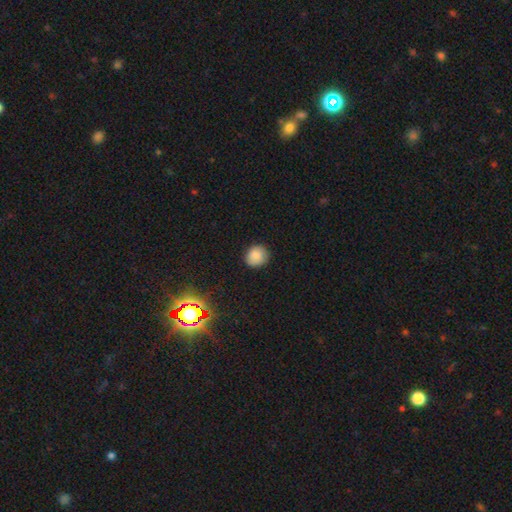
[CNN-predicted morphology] A smooth galaxy with no disk features (85%) that is round (85%). Merging: none (86%).